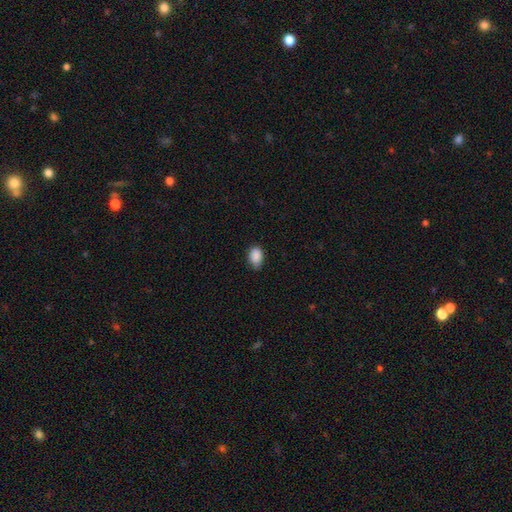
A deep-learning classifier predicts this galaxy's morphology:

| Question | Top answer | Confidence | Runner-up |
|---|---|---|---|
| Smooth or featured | smooth | 89% | star or artifact (8%) |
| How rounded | in between | 83% | round (16%) |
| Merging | none | 67% | minor disturbance (29%) |